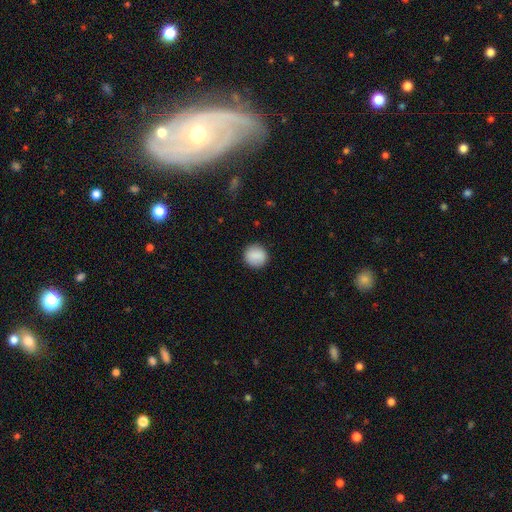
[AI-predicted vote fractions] Smooth or featured? smooth (88%)
How rounded? round (91%)
Merging? none (90%)